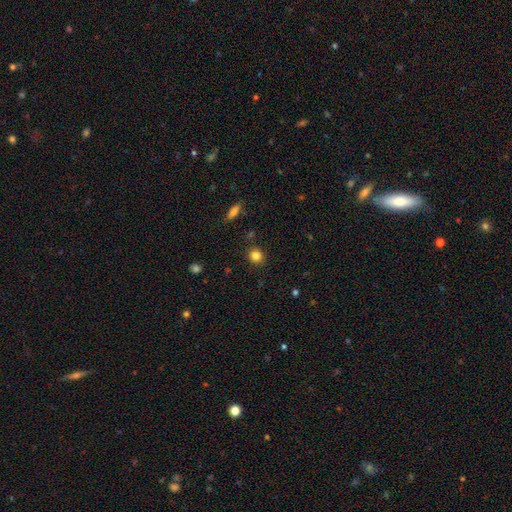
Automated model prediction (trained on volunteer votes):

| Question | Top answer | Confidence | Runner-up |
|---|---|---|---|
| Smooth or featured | smooth | 83% | star or artifact (12%) |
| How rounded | round | 83% | in between (16%) |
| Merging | none | 88% | minor disturbance (8%) |